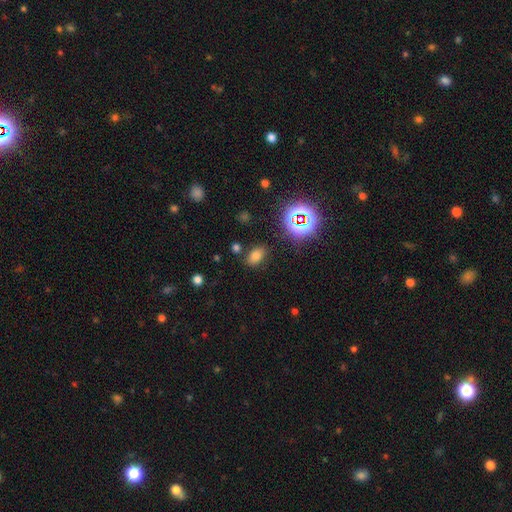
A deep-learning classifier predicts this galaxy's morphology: smooth-or-featured: smooth: 69% | star or artifact: 23% | featured or disk: 8%
  how-rounded: in between: 85% | round: 13% | cigar-shaped: 2%
  merging: none: 82% | minor disturbance: 11% | merger: 4% | major disturbance: 4%